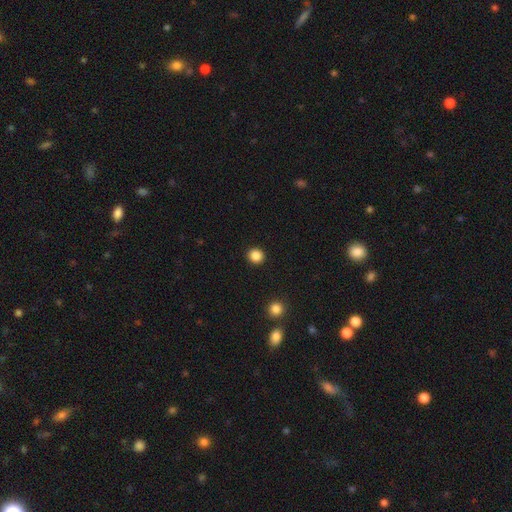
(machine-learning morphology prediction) A smooth galaxy with no disk features (86%) that is round (93%). Merging: none (93%).